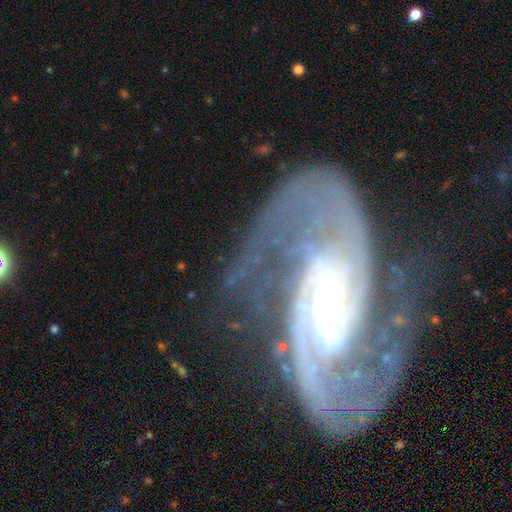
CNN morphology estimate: type=featured or disk (92%); edge-on=no (97%); bar=no (41%); spiral arms=yes (98%); winding=medium (48%); arm count=2 (80%); bulge=small (71%); merging=none (61%).